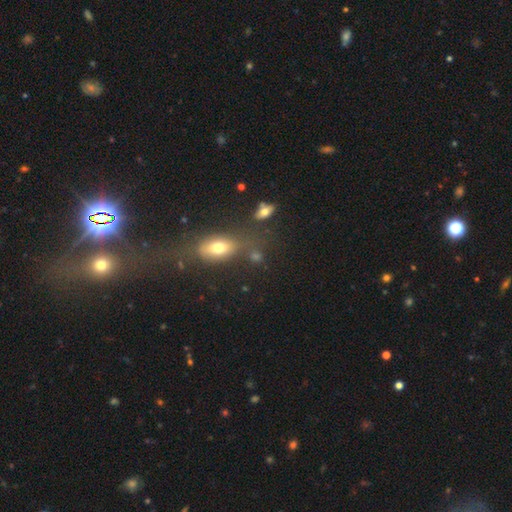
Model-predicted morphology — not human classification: Q: Smooth or featured?
A: smooth (66%); runner-up: star or artifact (19%)
Q: How rounded?
A: in between (66%); runner-up: round (23%)
Q: Merging?
A: none (59%); runner-up: merger (16%)